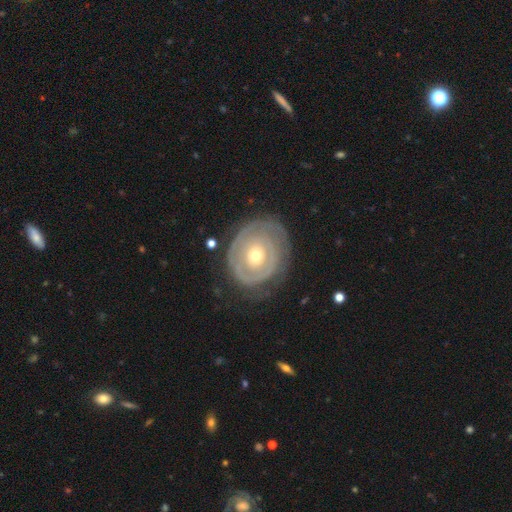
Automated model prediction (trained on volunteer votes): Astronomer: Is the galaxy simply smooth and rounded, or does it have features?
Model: featured or disk — 73%.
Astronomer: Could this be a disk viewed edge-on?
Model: no — 96%.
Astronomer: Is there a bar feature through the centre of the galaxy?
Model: no — 85%.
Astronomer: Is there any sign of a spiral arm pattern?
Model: yes — 64%.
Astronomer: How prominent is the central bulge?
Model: small — 51% (runner-up: moderate, 44%).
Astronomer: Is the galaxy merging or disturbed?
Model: none — 69%.